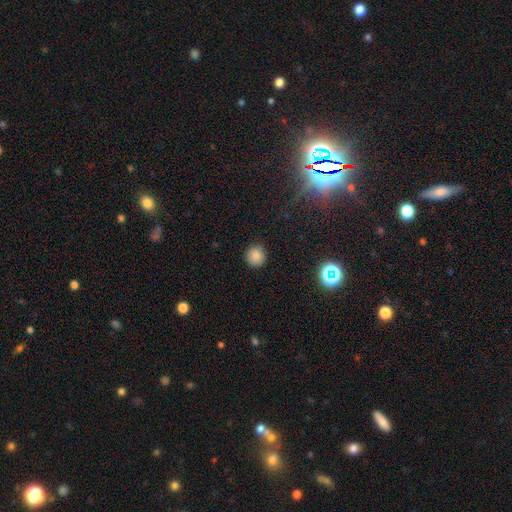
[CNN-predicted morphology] This is clearly a smooth galaxy (82%). How rounded: clearly round (93%). Merging: clearly none (89%).